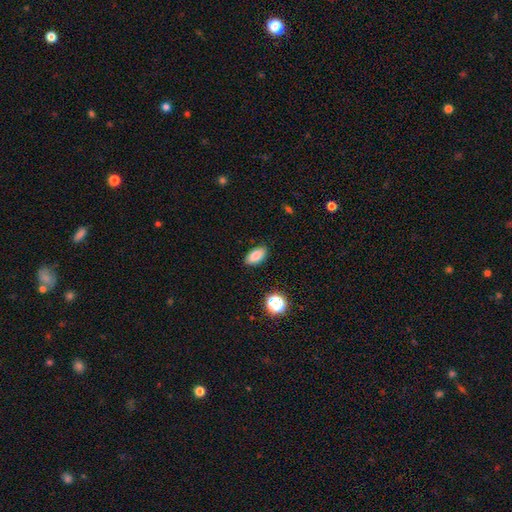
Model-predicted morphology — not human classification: This appears to be a smooth galaxy with no disk features (85%) that is in between round and cigar-shaped (90%). Merging: none (86%).